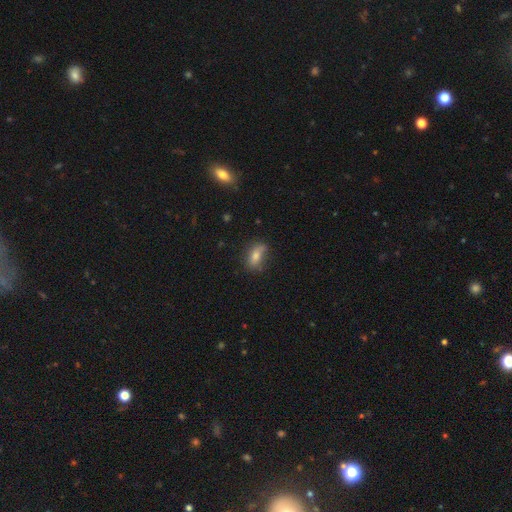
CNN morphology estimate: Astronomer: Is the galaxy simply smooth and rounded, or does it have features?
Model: smooth — 70%.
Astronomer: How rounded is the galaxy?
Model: in between — 78%.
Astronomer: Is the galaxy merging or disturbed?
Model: none — 65%.